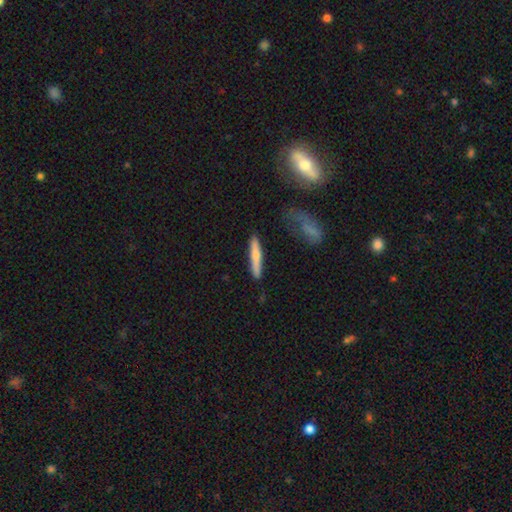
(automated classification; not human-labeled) Q: Smooth or featured?
A: smooth (63%); runner-up: featured or disk (32%)
Q: How rounded?
A: cigar-shaped (91%); runner-up: in between (7%)
Q: Merging?
A: none (85%); runner-up: minor disturbance (10%)